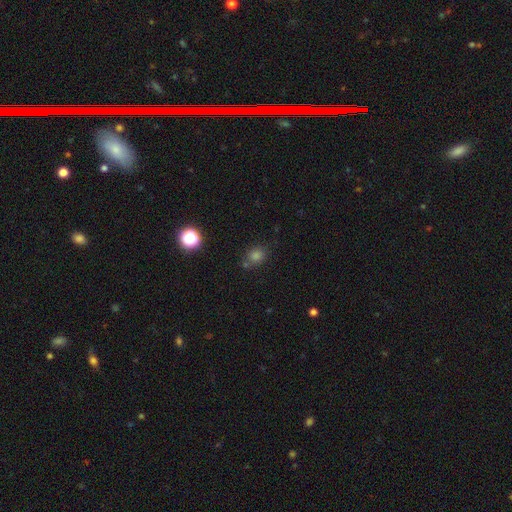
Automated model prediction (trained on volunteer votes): Q: Smooth or featured?
A: smooth (71%); runner-up: star or artifact (23%)
Q: How rounded?
A: round (71%); runner-up: in between (27%)
Q: Merging?
A: none (75%); runner-up: minor disturbance (12%)